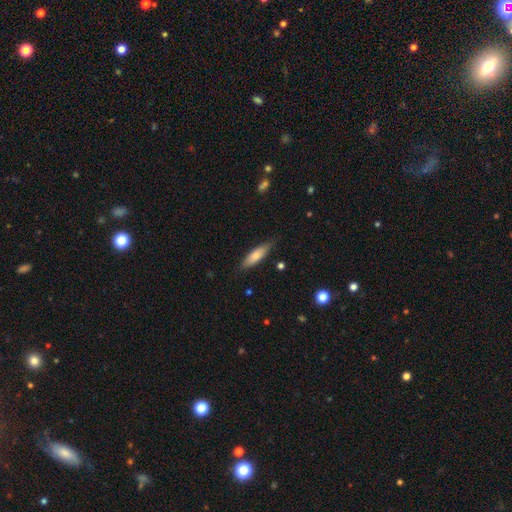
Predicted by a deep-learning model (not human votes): Smooth or featured?
  - smooth: 77% *
  - featured or disk: 17%
  - star or artifact: 6%
How rounded?
  - cigar-shaped: 56% *
  - in between: 43%
  - round: 2%
Merging?
  - none: 80% *
  - minor disturbance: 16%
  - major disturbance: 3%
  - merger: 1%